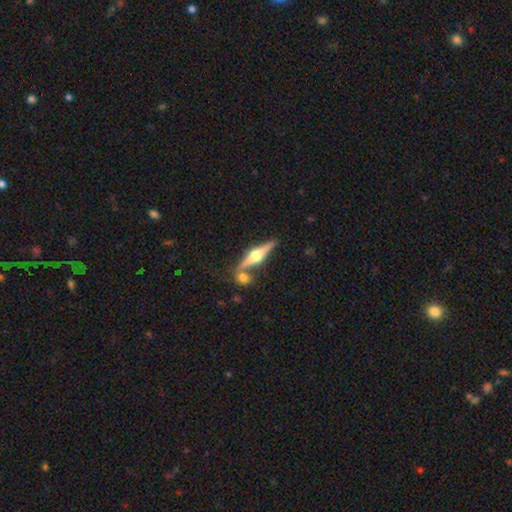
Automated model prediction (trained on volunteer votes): A featured or disk galaxy (78%) viewed edge-on (97%) with a rounded central bulge (95%). Merging: none (73%).